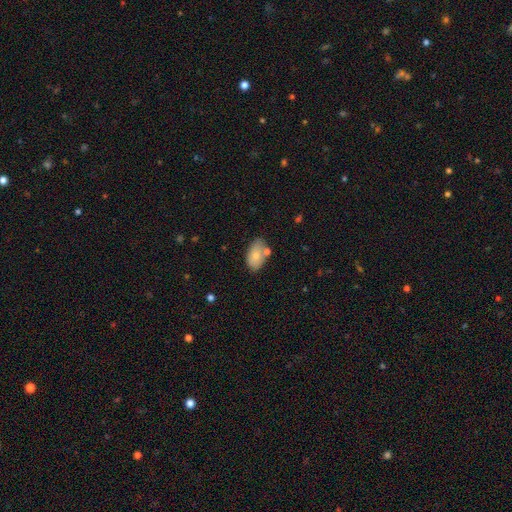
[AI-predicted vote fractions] This is likely a smooth galaxy (76%). How rounded: clearly in between (92%). Merging: likely none (62%).